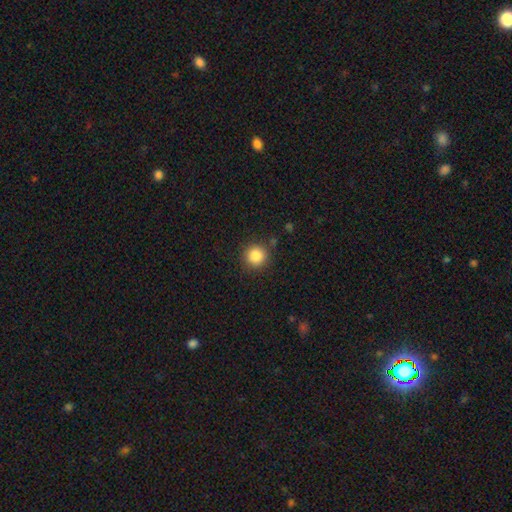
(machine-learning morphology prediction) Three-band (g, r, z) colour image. It shows a smooth galaxy with no disk features (85%) that is round (94%). Merging: none (89%).